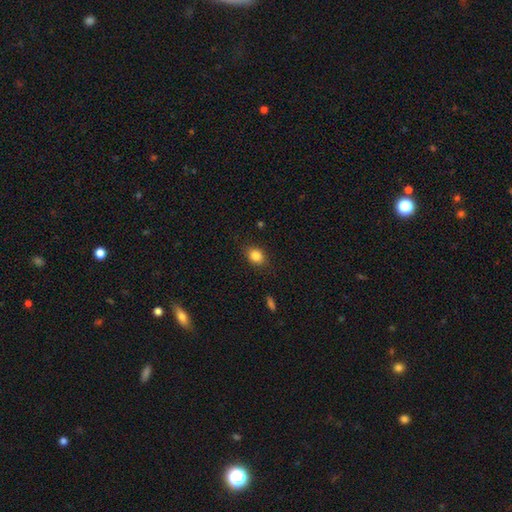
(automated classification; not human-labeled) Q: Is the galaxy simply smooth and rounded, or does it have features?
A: smooth — 84%.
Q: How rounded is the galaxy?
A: in between — 58%.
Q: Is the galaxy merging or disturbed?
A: none — 84%.